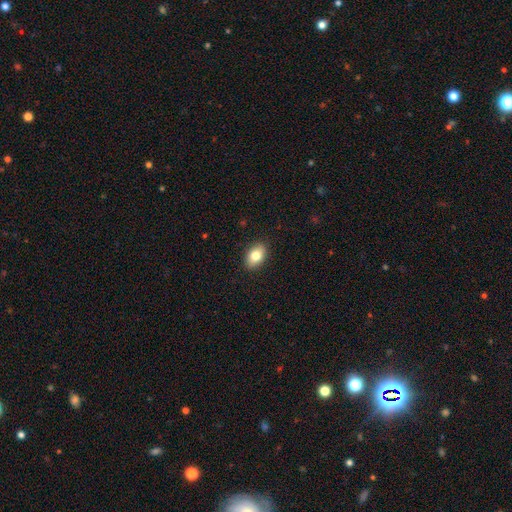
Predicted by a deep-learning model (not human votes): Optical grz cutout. It shows a smooth galaxy with no disk features (81%) that is in between round and cigar-shaped (87%). Merging: none (89%).